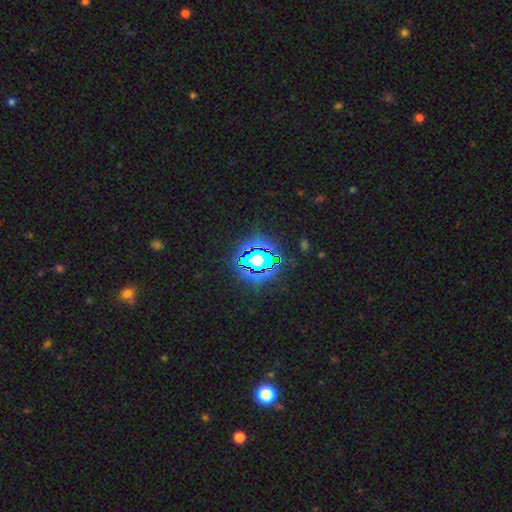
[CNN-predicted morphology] Smooth or featured? star or artifact (81%)